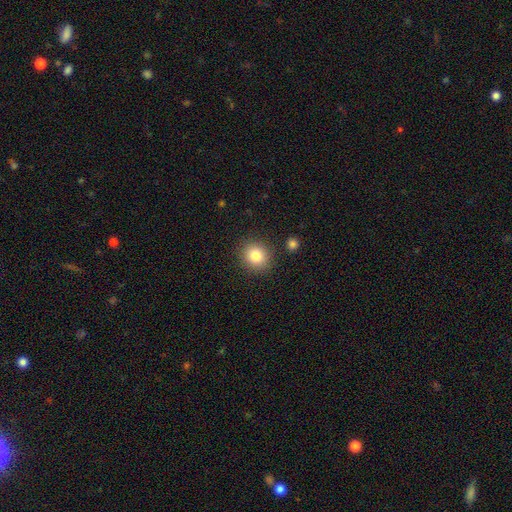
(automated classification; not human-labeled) Smooth or featured: smooth — 82% (star or artifact — 11%)
How rounded: round — 84% (in between — 16%)
Merging: none — 87% (minor disturbance — 8%)